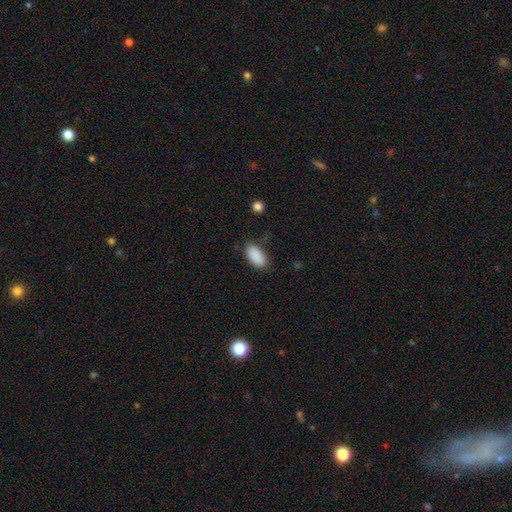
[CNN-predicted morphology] Smooth or featured? Predicted: smooth (p=0.90). How rounded? Predicted: in between (p=0.94). Merging? Predicted: none (p=0.82).